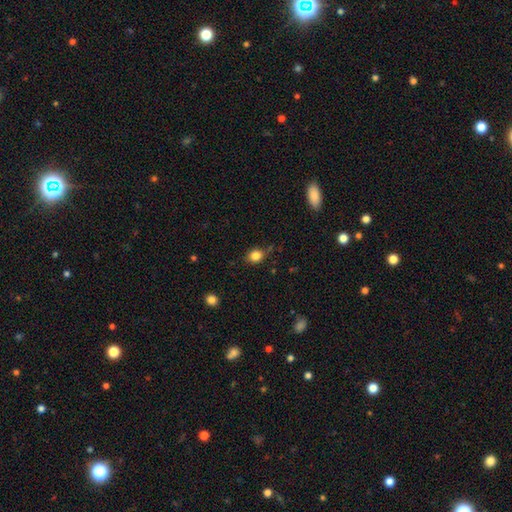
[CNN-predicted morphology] Q: Smooth or featured?
A: smooth (83%); runner-up: star or artifact (11%)
Q: How rounded?
A: round (65%); runner-up: in between (33%)
Q: Merging?
A: none (73%); runner-up: minor disturbance (20%)